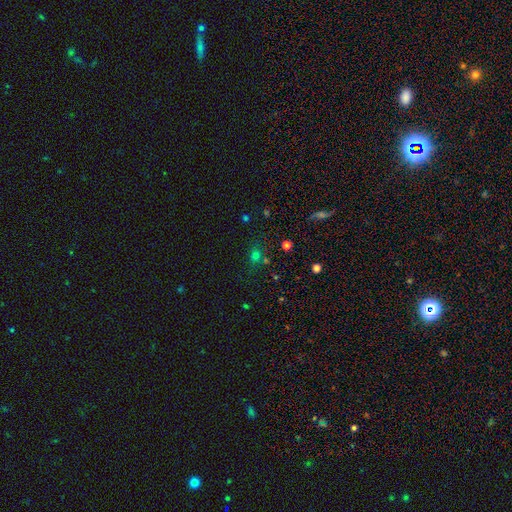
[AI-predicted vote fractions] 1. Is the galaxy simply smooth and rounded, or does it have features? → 62% smooth, 30% star or artifact, 8% featured or disk.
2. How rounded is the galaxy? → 73% round, 26% in between, 2% cigar-shaped.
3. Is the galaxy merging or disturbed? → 70% none, 13% minor disturbance, 11% merger, 6% major disturbance.